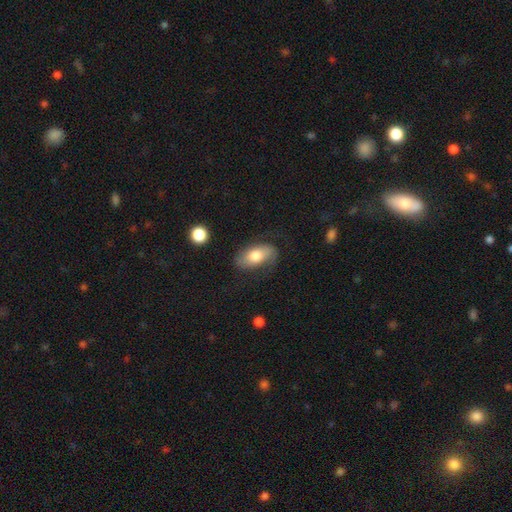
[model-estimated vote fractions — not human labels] Overall: smooth (61%; featured or disk 32%). How rounded: in between (91%). Merging: none (65%).